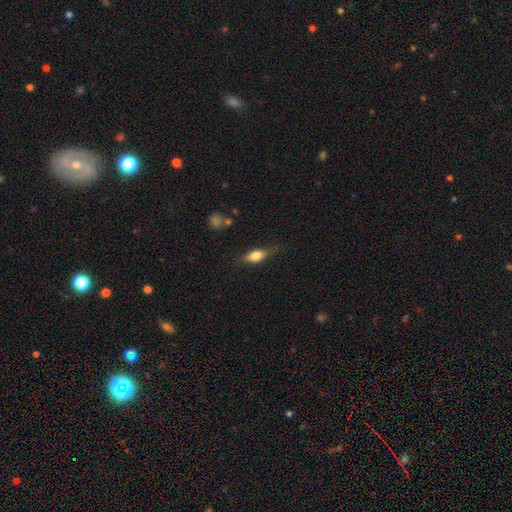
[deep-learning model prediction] A smooth galaxy with no disk features (73%) that is in between round and cigar-shaped (75%). Merging: none (71%).